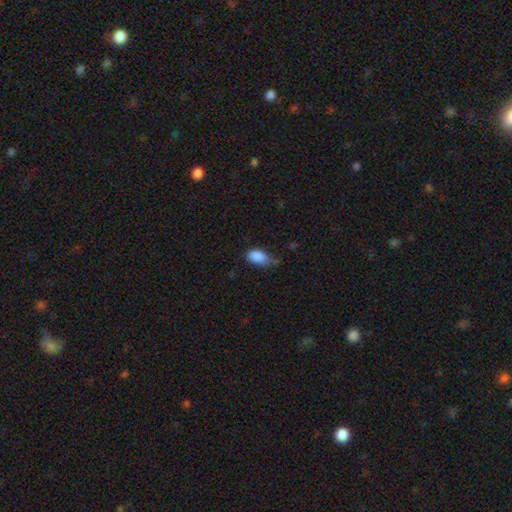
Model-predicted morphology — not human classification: Smooth or featured?
  - smooth: 87% *
  - star or artifact: 8%
  - featured or disk: 5%
How rounded?
  - in between: 91% *
  - round: 6%
  - cigar-shaped: 3%
Merging?
  - none: 43% *
  - minor disturbance: 42%
  - major disturbance: 12%
  - merger: 3%